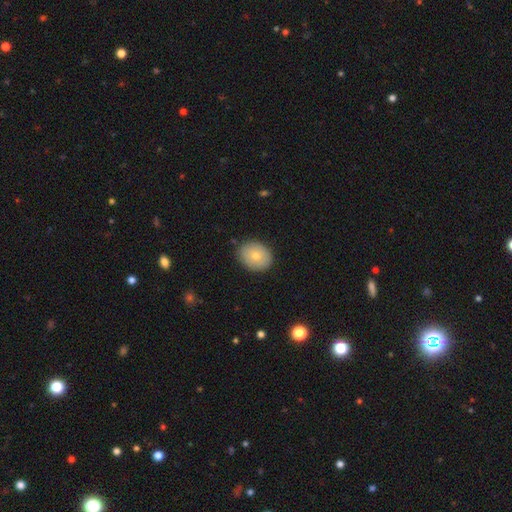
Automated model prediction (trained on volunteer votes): This appears to be a smooth galaxy with no disk features (73%) that is in between round and cigar-shaped (53%). Merging: none (84%).